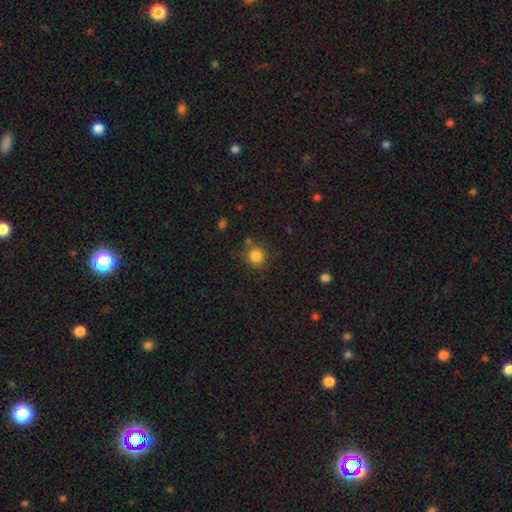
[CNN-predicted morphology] Q: Smooth or featured?
A: smooth (83%); runner-up: star or artifact (11%)
Q: How rounded?
A: round (89%); runner-up: in between (10%)
Q: Merging?
A: none (76%); runner-up: minor disturbance (13%)